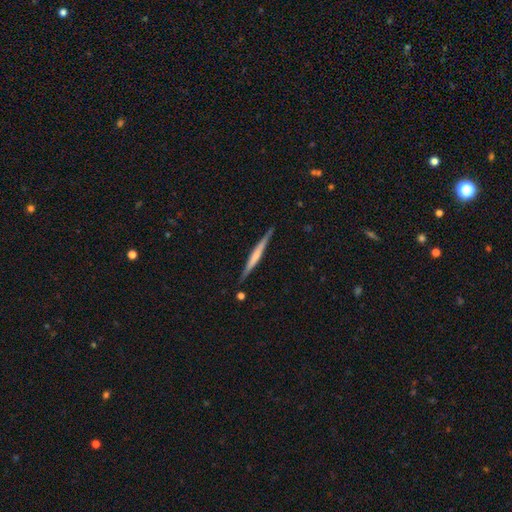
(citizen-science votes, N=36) Smooth or featured?
  - featured or disk: 72% *
  - smooth: 22%
  - star or artifact: 6%
Edge-on disk?
  - yes: 100% *
  - no: 0%
Edge-on bulge?
  - rounded: 46% *
  - none: 38%
  - boxy: 15%
Merging?
  - none: 91% *
  - minor disturbance: 9%
  - major disturbance: 0%
  - merger: 0%